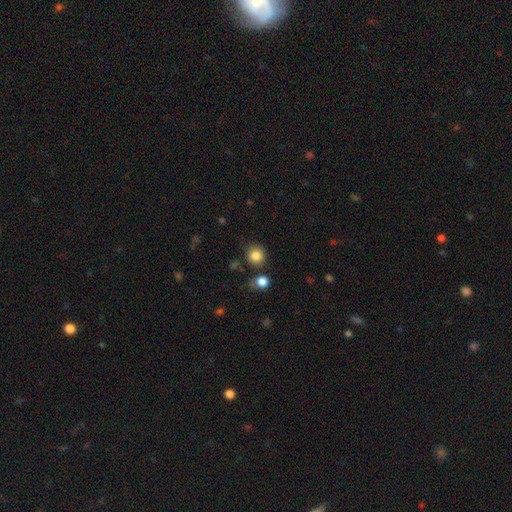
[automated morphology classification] This appears to be a smooth galaxy with no disk features (85%) that is round (88%). Merging: none (76%).